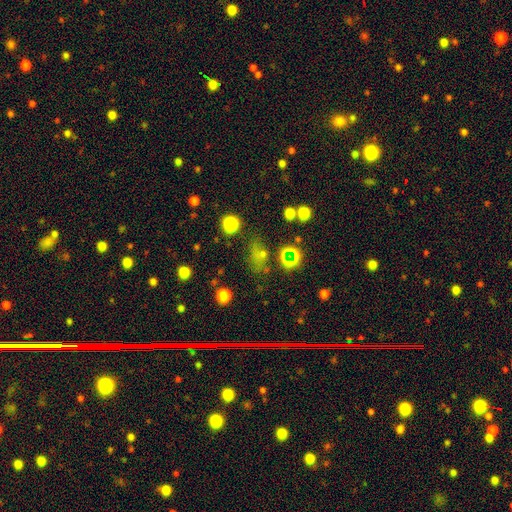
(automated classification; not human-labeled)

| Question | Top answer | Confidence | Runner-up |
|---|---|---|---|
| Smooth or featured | smooth | 45% | star or artifact (43%) |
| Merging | none | 63% | minor disturbance (18%) |